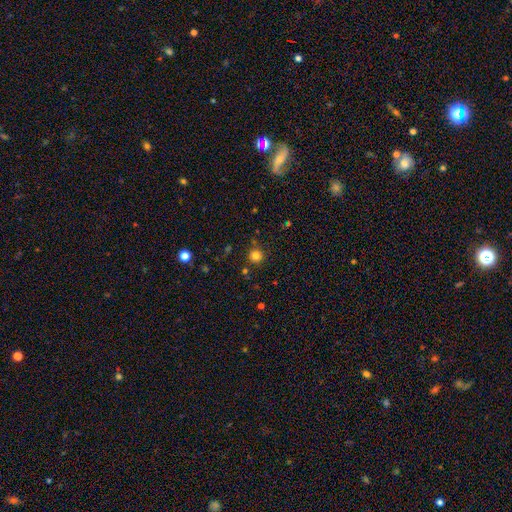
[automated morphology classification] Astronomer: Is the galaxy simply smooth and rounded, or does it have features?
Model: smooth — 80%.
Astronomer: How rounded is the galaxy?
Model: round — 94%.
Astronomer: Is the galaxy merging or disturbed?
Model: none — 85%.